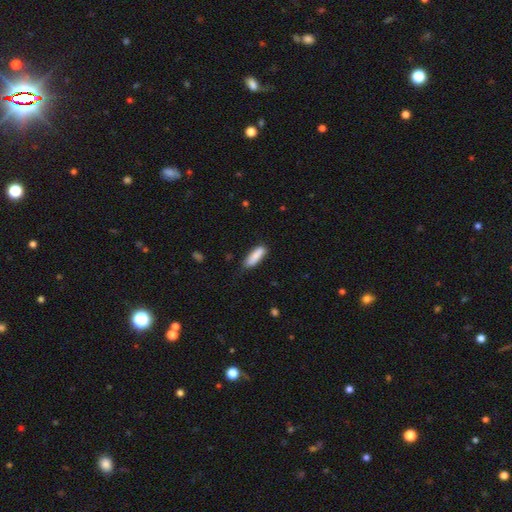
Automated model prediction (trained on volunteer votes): smooth_or_featured: smooth (p=0.86) [alt: featured or disk p=0.08]
how_rounded: cigar-shaped (p=0.55) [alt: in between p=0.43]
merging: none (p=0.77) [alt: minor disturbance p=0.18]